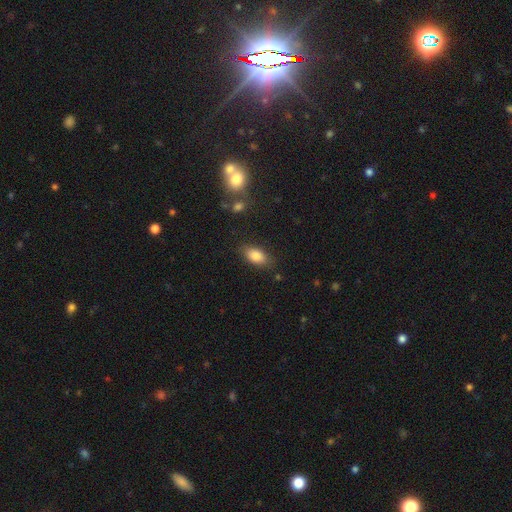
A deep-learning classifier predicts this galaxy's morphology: The model was most divided on "merging": none: 81%, minor disturbance: 13%, major disturbance: 4%, merger: 2%. More confident: how rounded — in between (90%); smooth or featured — smooth (85%).